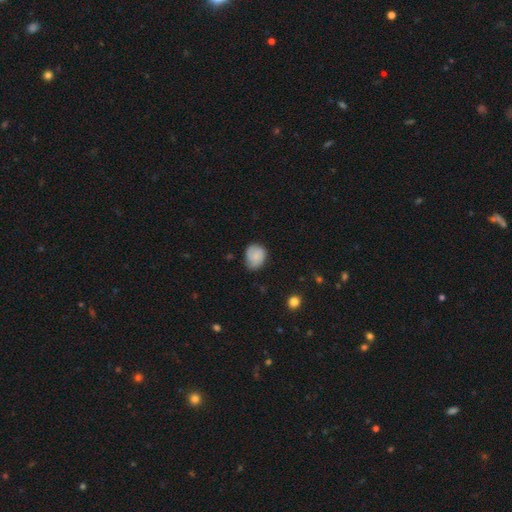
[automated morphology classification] smooth_or_featured: smooth (p=0.73) [alt: featured or disk p=0.19]
how_rounded: round (p=0.58) [alt: in between p=0.41]
merging: none (p=0.60) [alt: minor disturbance p=0.32]